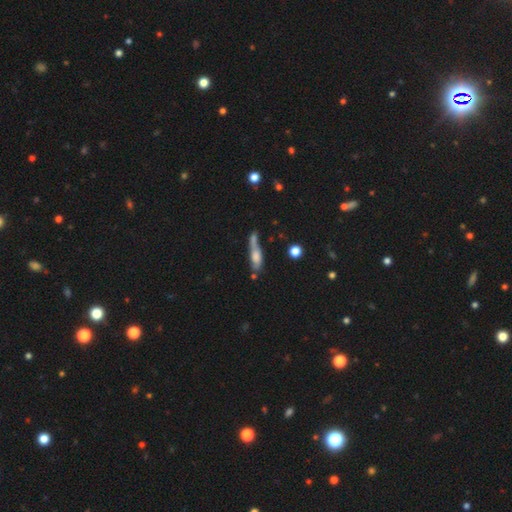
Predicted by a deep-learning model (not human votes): smooth_or_featured: smooth (p=0.52) [alt: featured or disk p=0.37]
how_rounded: cigar-shaped (p=0.59) [alt: in between p=0.37]
merging: none (p=0.37) [alt: merger p=0.26]